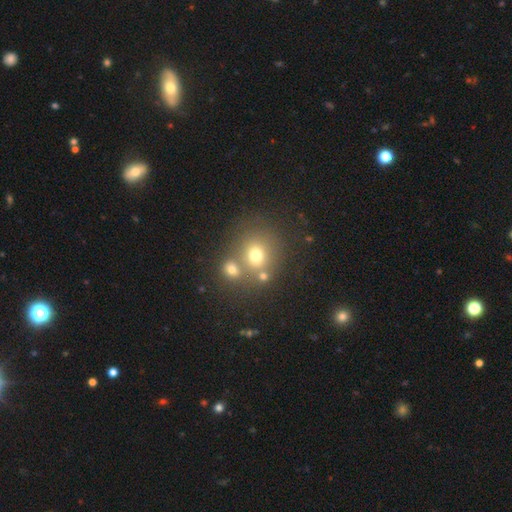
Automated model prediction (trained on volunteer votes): This is likely a smooth galaxy (69%). How rounded: likely round (79%). Merging: possibly none (53%).